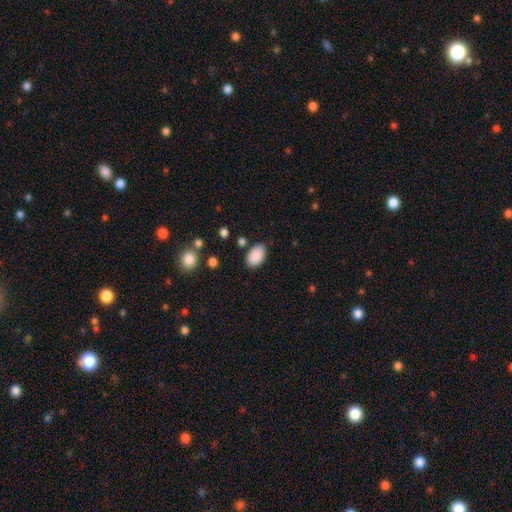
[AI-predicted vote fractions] Smooth or featured: smooth — 89% (star or artifact — 7%)
How rounded: in between — 92% (round — 6%)
Merging: none — 82% (minor disturbance — 13%)